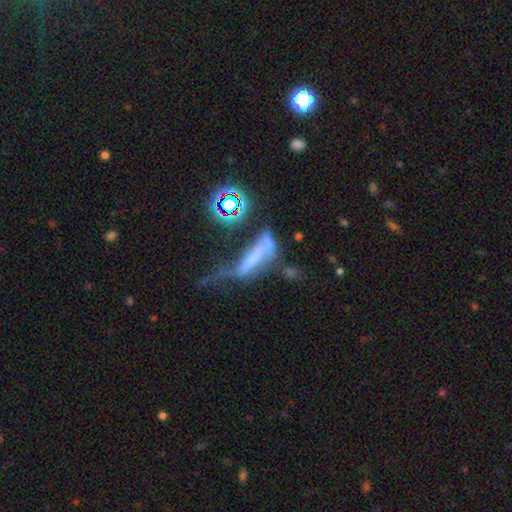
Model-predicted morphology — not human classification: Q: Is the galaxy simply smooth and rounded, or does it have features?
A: featured or disk — 47%.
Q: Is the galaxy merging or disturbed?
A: major disturbance — 45%.